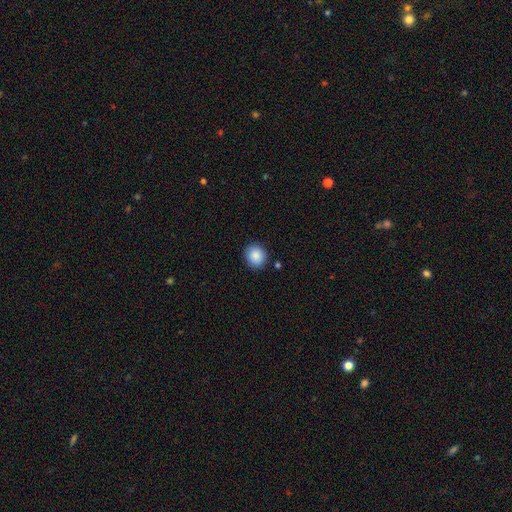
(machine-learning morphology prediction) A smooth galaxy with no disk features (88%) that is round (84%).

Vote fractions:
- Smooth or featured? smooth: 88% / star or artifact: 8% / featured or disk: 4%
- How rounded? round: 84% / in between: 15% / cigar-shaped: 1%
- Merging? none: 89% / minor disturbance: 7% / major disturbance: 2% / merger: 2%